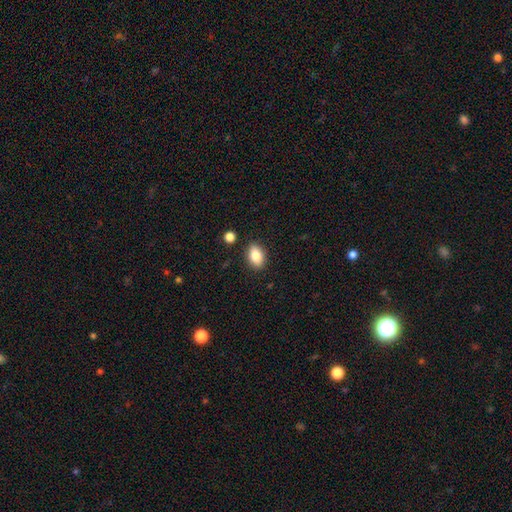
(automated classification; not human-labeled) This is clearly a smooth galaxy (84%). How rounded: clearly in between (85%). Merging: clearly none (87%).